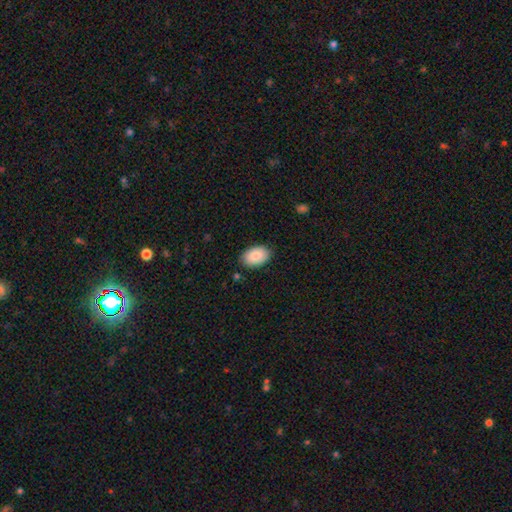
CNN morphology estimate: This appears to be a smooth galaxy with no disk features (88%) that is in between round and cigar-shaped (92%). Merging: none (86%).